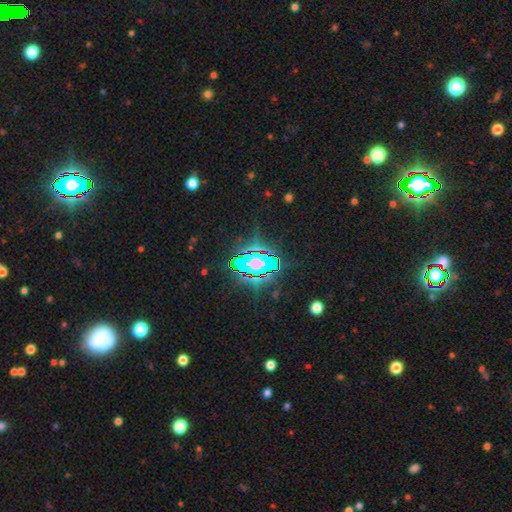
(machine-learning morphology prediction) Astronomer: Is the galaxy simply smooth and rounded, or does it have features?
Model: star or artifact — 71%.